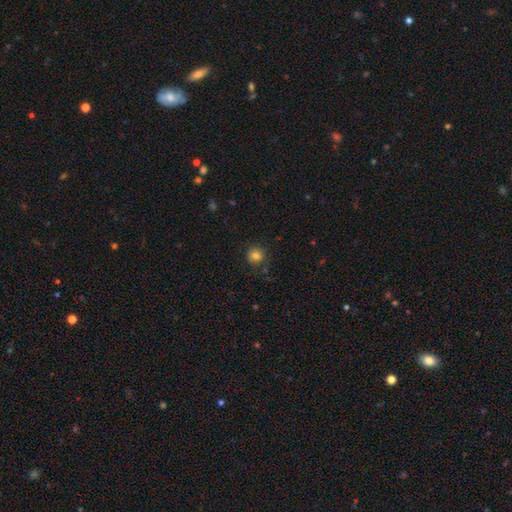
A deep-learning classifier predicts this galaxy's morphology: This appears to be a smooth galaxy with no disk features (80%) that is round (90%). Merging: none (86%).